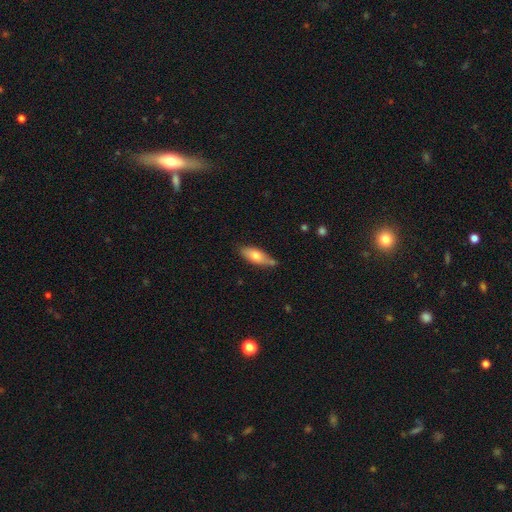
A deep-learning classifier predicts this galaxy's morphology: The model was most divided on "how rounded": in between: 68%, cigar-shaped: 29%, round: 2%. More confident: smooth or featured — smooth (69%); merging — none (65%).